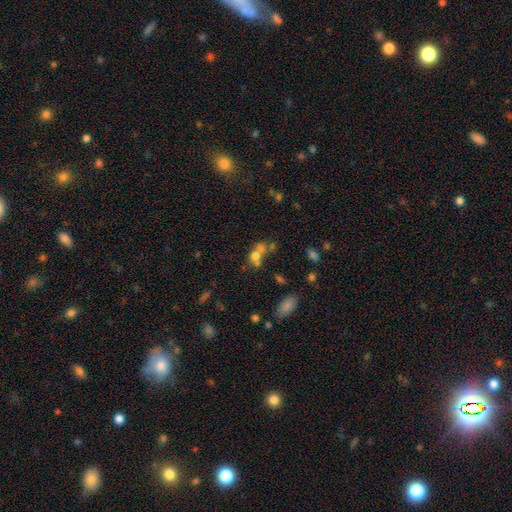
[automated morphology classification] Smooth or featured: smooth — 65% (featured or disk — 20%)
How rounded: round — 60% (in between — 38%)
Merging: merger — 54% (none — 30%)